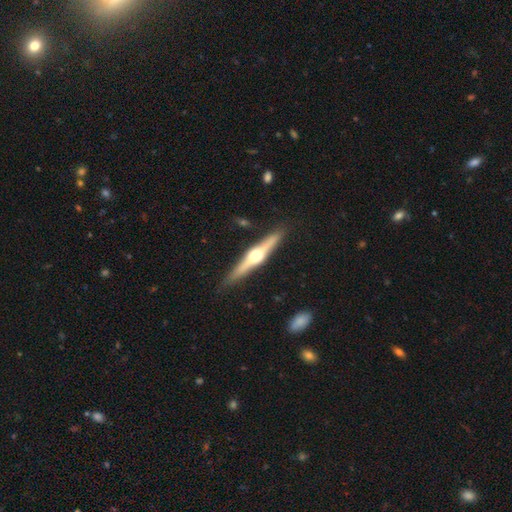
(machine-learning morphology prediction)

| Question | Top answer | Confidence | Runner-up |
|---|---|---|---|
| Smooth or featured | featured or disk | 75% | smooth (20%) |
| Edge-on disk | yes | 98% | no (2%) |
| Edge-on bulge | rounded | 94% | boxy (4%) |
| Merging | none | 89% | minor disturbance (8%) |